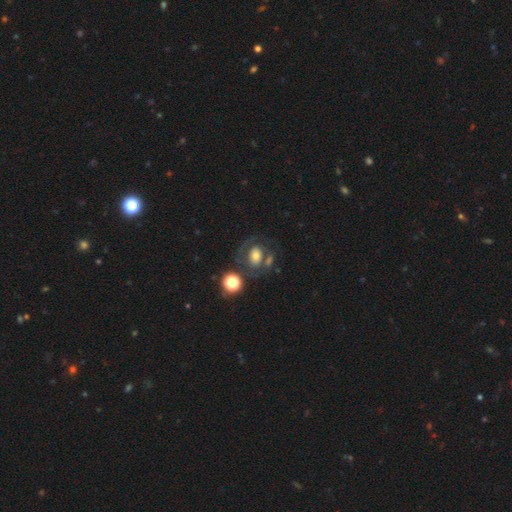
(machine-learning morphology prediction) The model was most divided on "how rounded": in between: 54%, round: 44%, cigar-shaped: 1%. More confident: smooth or featured — smooth (52%); merging — none (51%).